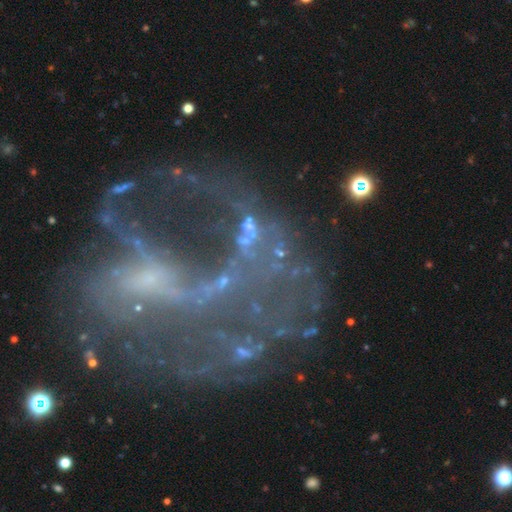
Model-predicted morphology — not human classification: Smooth or featured? Predicted: featured or disk (p=0.74). Edge-on disk? Predicted: no (p=0.98). Bar? Predicted: no (p=0.58). Spiral arms? Predicted: yes (p=0.53). Bulge size? Predicted: none (p=0.50). Merging? Predicted: major disturbance (p=0.43).